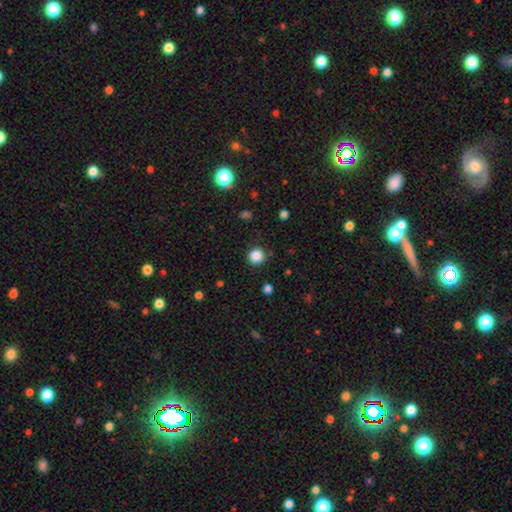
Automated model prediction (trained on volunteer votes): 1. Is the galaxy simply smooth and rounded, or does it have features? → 85% smooth, 12% star or artifact, 3% featured or disk.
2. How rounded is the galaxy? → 93% round, 6% in between, 1% cigar-shaped.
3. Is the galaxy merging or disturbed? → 89% none, 7% minor disturbance, 2% major disturbance, 1% merger.